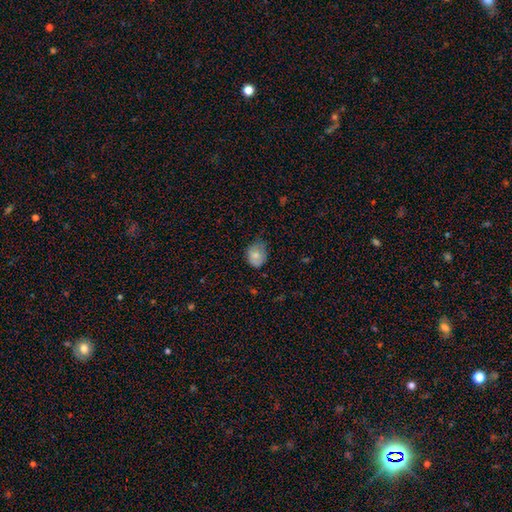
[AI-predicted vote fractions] Smooth or featured? Predicted: smooth (p=0.77). How rounded? Predicted: round (p=0.51). Merging? Predicted: none (p=0.51).